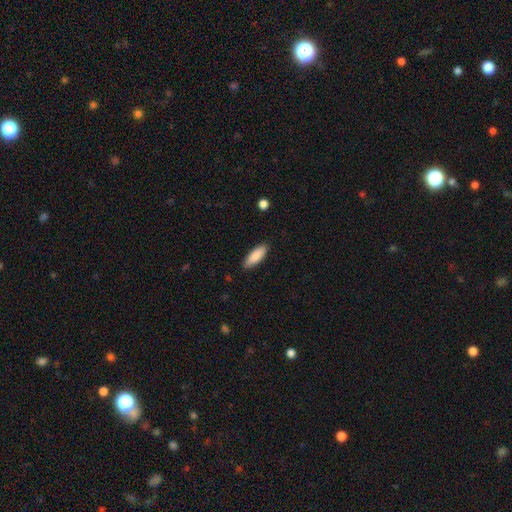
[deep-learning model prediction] Smooth or featured: smooth — 87% (featured or disk — 7%)
How rounded: in between — 64% (cigar-shaped — 34%)
Merging: none — 87% (minor disturbance — 10%)